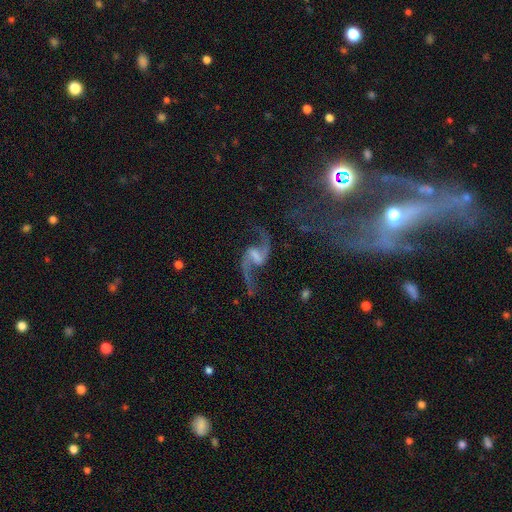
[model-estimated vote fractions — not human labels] This appears to be a featured or disk galaxy (90%) with a weak bar (51%), 2 (94%) loose (82%) spiral arms (97%) and no central bulge (46%). Merging: none (74%).